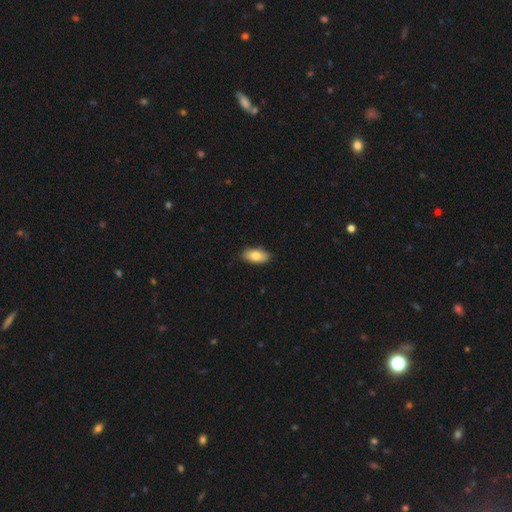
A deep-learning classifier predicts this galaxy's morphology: Overall: smooth (82%). How rounded: in between (92%). Merging: none (83%).